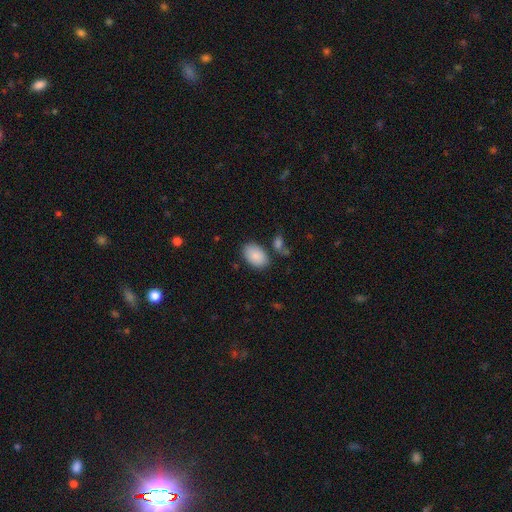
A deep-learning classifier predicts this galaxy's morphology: smooth_or_featured: smooth (p=0.89) [alt: star or artifact p=0.06]
how_rounded: in between (p=0.91) [alt: round p=0.08]
merging: none (p=0.77) [alt: minor disturbance p=0.13]